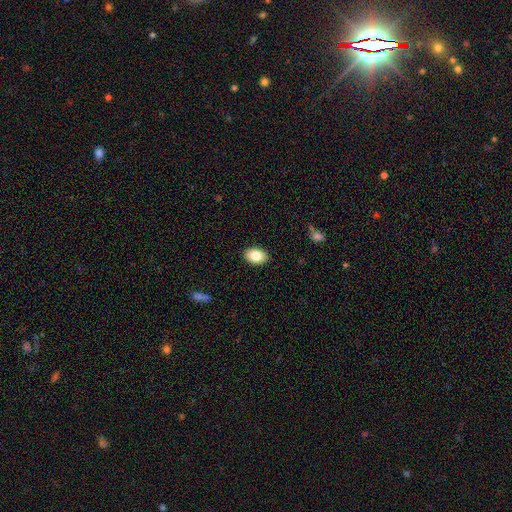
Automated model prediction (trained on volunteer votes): smooth_or_featured: smooth (p=0.84) [alt: featured or disk p=0.09]
how_rounded: in between (p=0.87) [alt: round p=0.12]
merging: none (p=0.89) [alt: minor disturbance p=0.08]